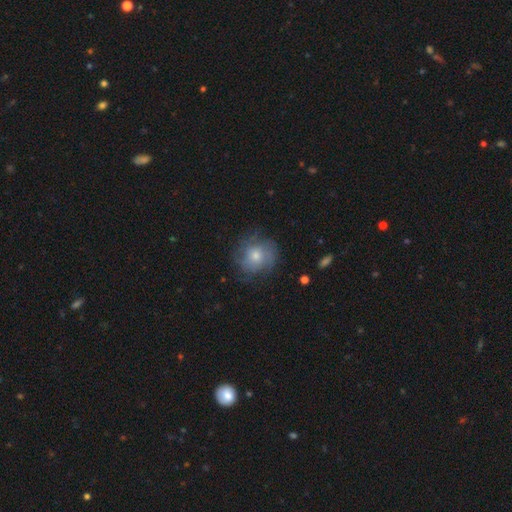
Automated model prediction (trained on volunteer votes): featured or disk 47%, smooth 42%, star or artifact 11%. Down the decision tree: merging — none (73%).